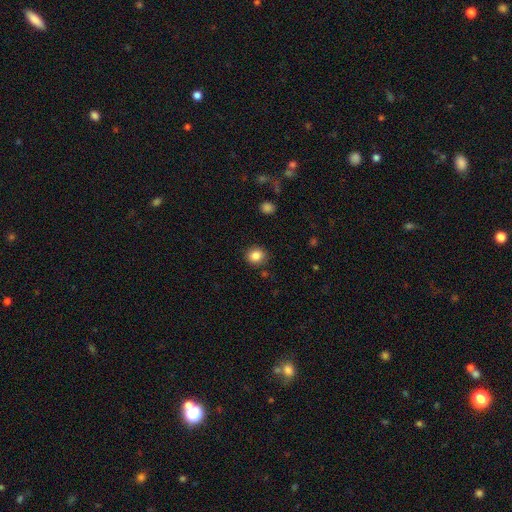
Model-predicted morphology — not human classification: A smooth galaxy with no disk features (86%) that is round (78%). Merging: none (87%).